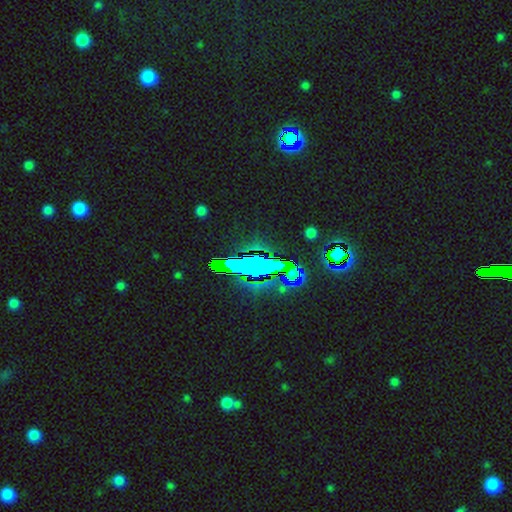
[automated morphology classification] Overall: star or artifact (69%).